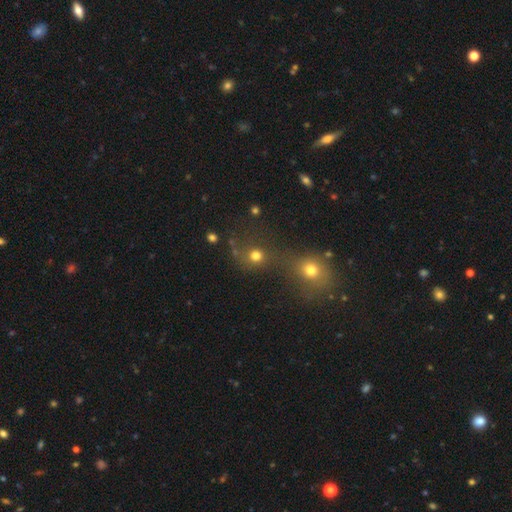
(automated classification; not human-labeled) smooth 74%, star or artifact 18%, featured or disk 8%. Down the decision tree: how rounded — round (88%); merging — none (51%).